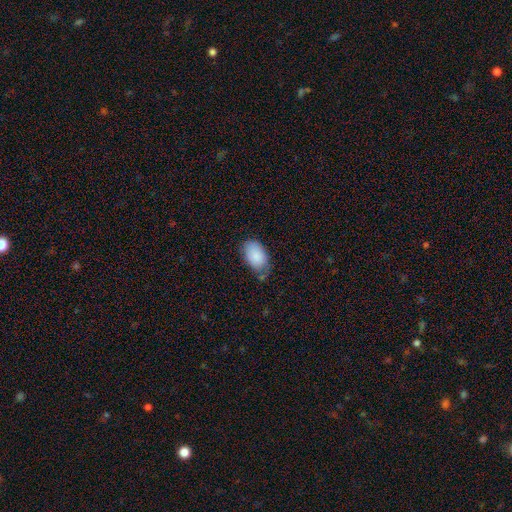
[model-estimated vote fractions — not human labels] This is clearly a smooth galaxy (87%). How rounded: clearly in between (93%). Merging: likely none (60%).